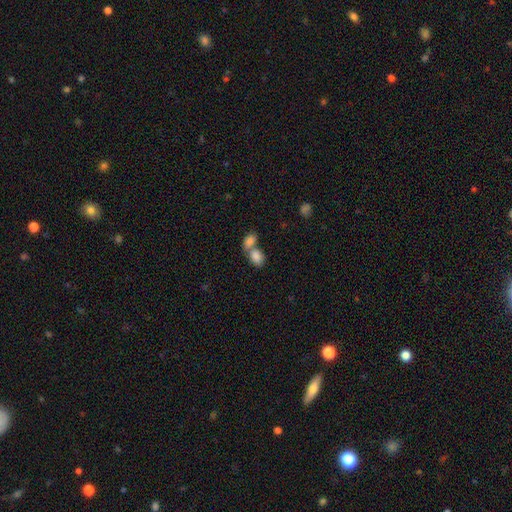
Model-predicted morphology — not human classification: A smooth galaxy with no disk features (84%) that is in between round and cigar-shaped (82%). Merging: merger (66%).